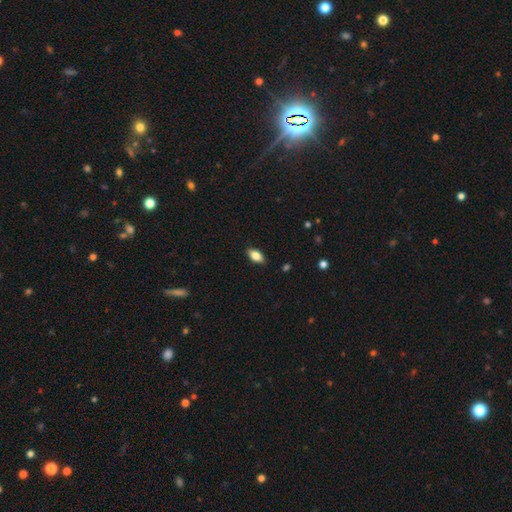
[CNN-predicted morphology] Smooth or featured: smooth — 77% (featured or disk — 15%)
How rounded: in between — 89% (cigar-shaped — 7%)
Merging: none — 87% (minor disturbance — 10%)